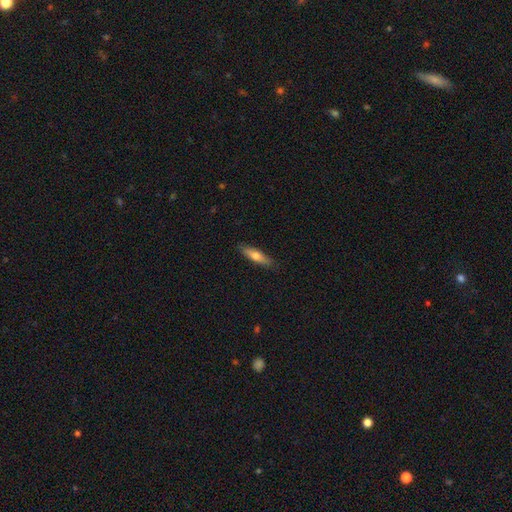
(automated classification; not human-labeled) smooth 65%, featured or disk 29%, star or artifact 6%. Down the decision tree: how rounded — cigar-shaped (65%); merging — none (87%).